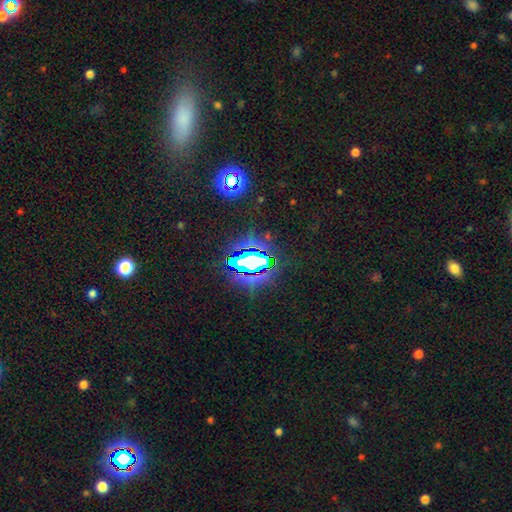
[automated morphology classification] smooth_or_featured: star or artifact (p=0.79) [alt: smooth p=0.13]